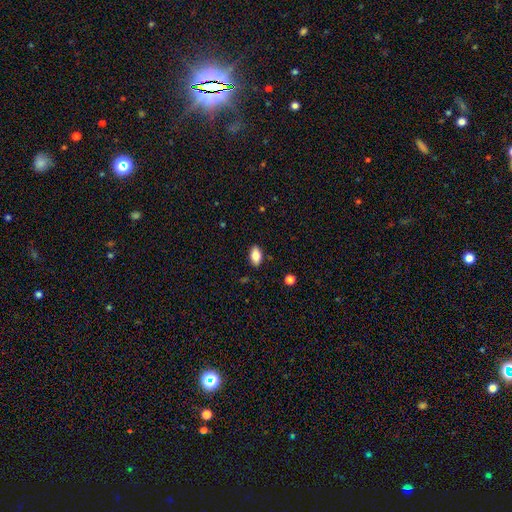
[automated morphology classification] A smooth galaxy with no disk features (83%) that is in between round and cigar-shaped (92%).

Vote fractions:
- Smooth or featured? smooth: 83% / featured or disk: 9% / star or artifact: 8%
- How rounded? in between: 92% / round: 4% / cigar-shaped: 4%
- Merging? none: 87% / minor disturbance: 10% / major disturbance: 2% / merger: 1%